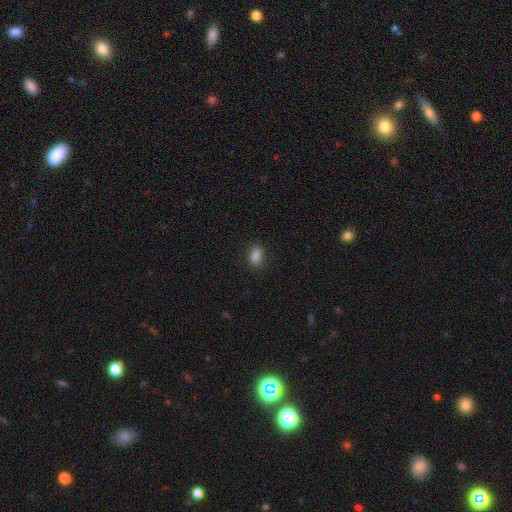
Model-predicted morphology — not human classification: A smooth galaxy with no disk features (85%) that is in between round and cigar-shaped (84%). Merging: none (85%).